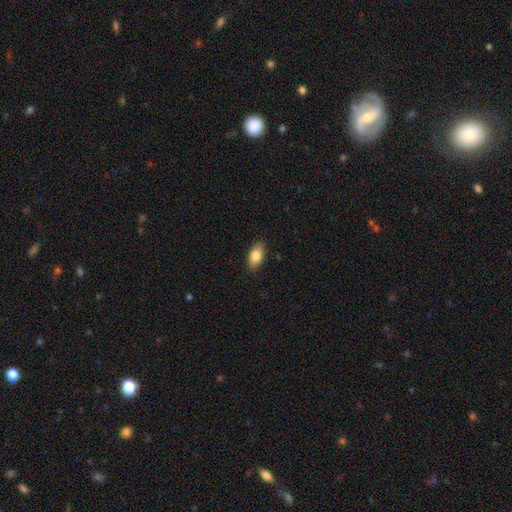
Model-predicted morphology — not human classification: This appears to be a smooth galaxy with no disk features (84%) that is in between round and cigar-shaped (91%). Merging: none (87%).